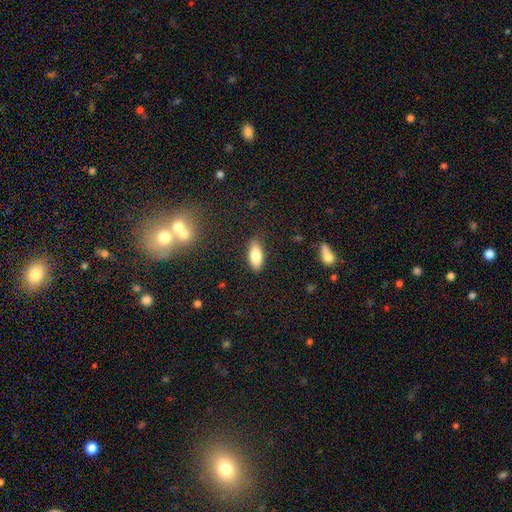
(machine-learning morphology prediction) Q: Smooth or featured?
A: smooth (82%); runner-up: featured or disk (11%)
Q: How rounded?
A: in between (79%); runner-up: cigar-shaped (19%)
Q: Merging?
A: none (85%); runner-up: minor disturbance (11%)